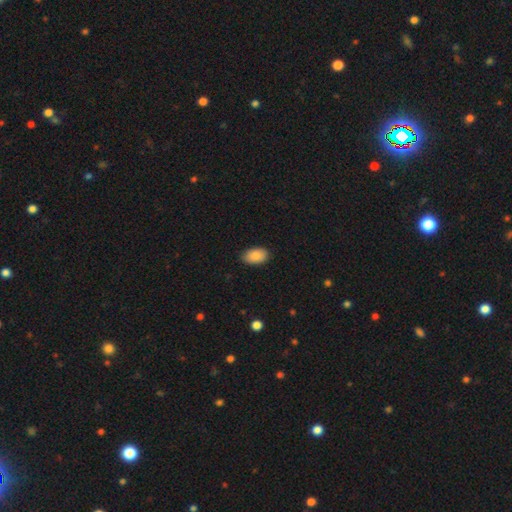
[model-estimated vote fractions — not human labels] smooth_or_featured: smooth (p=0.89) [alt: star or artifact p=0.07]
how_rounded: in between (p=0.94) [alt: round p=0.05]
merging: none (p=0.86) [alt: minor disturbance p=0.11]